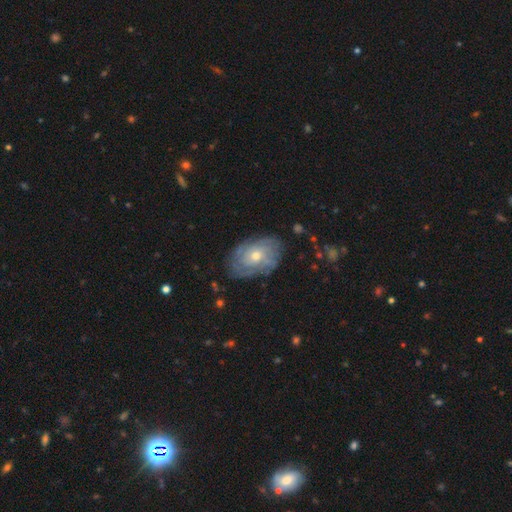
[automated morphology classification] Smooth or featured? Predicted: featured or disk (p=0.71). Edge-on disk? Predicted: no (p=0.95). Bar? Predicted: no (p=0.83). Spiral arms? Predicted: yes (p=0.79). Spiral winding? Predicted: tight (p=0.69). Spiral arm count? Predicted: can't tell (p=0.60). Bulge size? Predicted: moderate (p=0.55). Merging? Predicted: none (p=0.74).